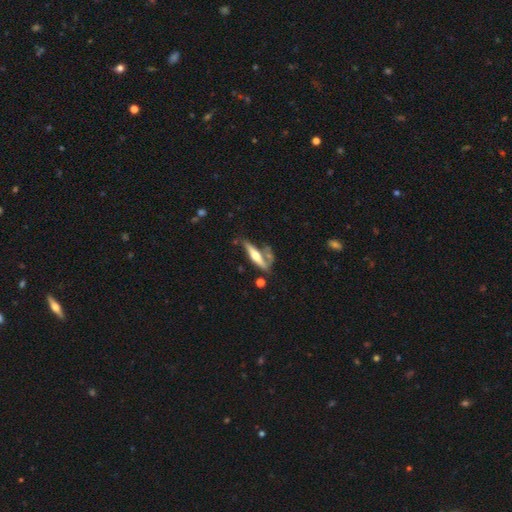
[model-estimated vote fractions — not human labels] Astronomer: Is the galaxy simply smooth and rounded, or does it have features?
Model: featured or disk — 58% (runner-up: smooth, 36%).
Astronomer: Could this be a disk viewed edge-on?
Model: yes — 89%.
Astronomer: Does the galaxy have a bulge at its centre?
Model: rounded — 89%.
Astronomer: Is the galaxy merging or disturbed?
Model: none — 52%.